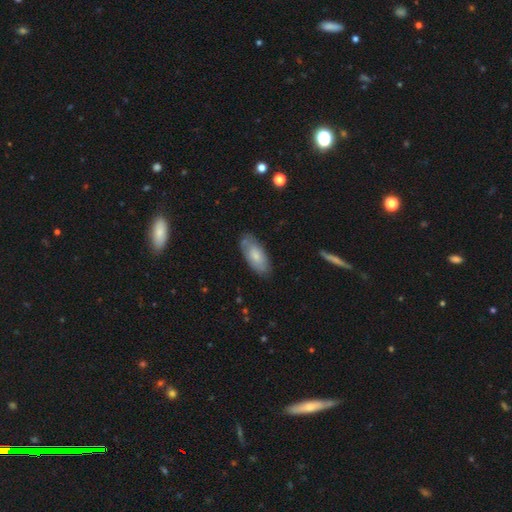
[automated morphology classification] Smooth or featured? smooth (69%)
How rounded? in between (86%)
Merging? none (75%)